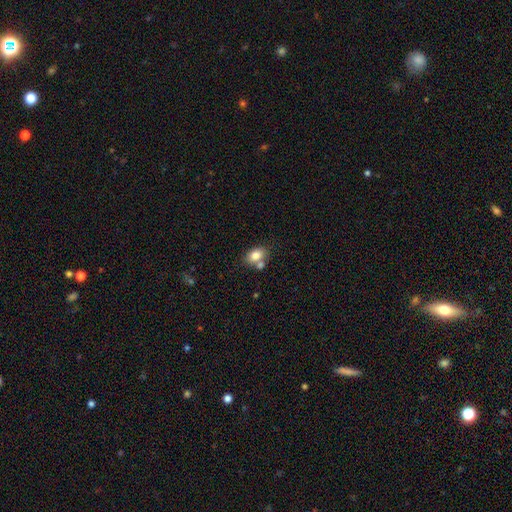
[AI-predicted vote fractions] Smooth or featured: smooth — 81% (featured or disk — 11%)
How rounded: in between — 80% (round — 18%)
Merging: none — 55% (merger — 29%)